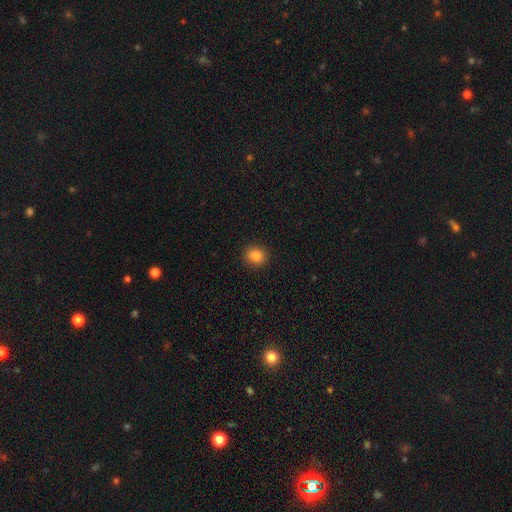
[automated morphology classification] A smooth galaxy with no disk features (85%) that is round (78%).

Vote fractions:
- Smooth or featured? smooth: 85% / star or artifact: 11% / featured or disk: 5%
- How rounded? round: 78% / in between: 21% / cigar-shaped: 1%
- Merging? none: 91% / minor disturbance: 6% / major disturbance: 2% / merger: 1%